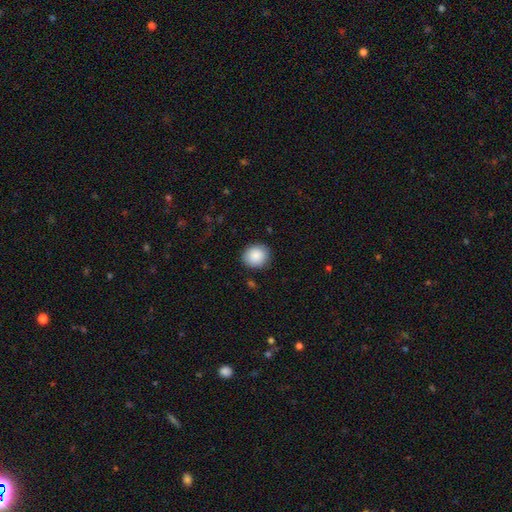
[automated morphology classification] A smooth galaxy with no disk features (88%) that is round (78%). Merging: none (88%).